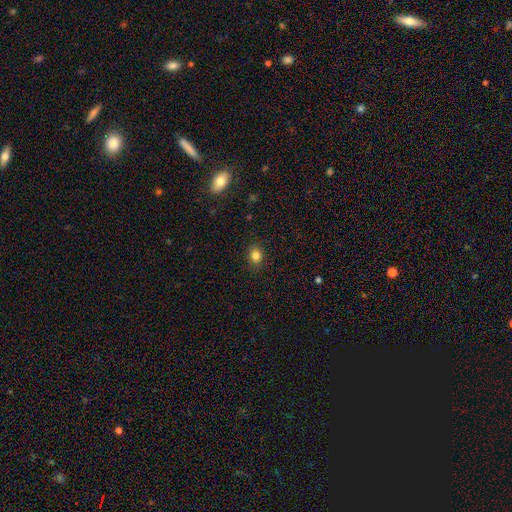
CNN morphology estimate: Overall: smooth (83%). How rounded: round (62%; in between 37%). Merging: none (88%).